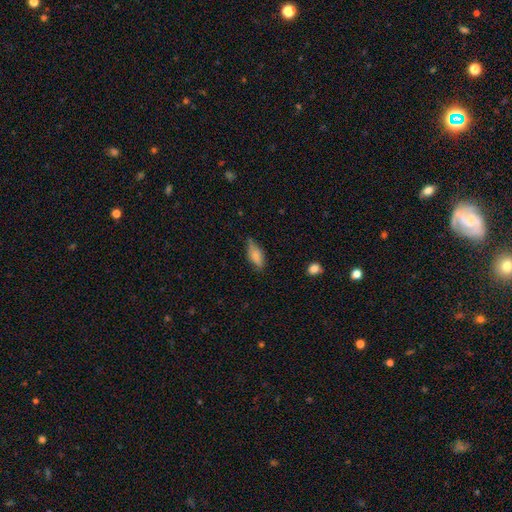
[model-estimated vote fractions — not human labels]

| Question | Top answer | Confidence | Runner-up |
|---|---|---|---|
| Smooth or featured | smooth | 74% | featured or disk (19%) |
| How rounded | in between | 75% | cigar-shaped (22%) |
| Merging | none | 64% | minor disturbance (29%) |